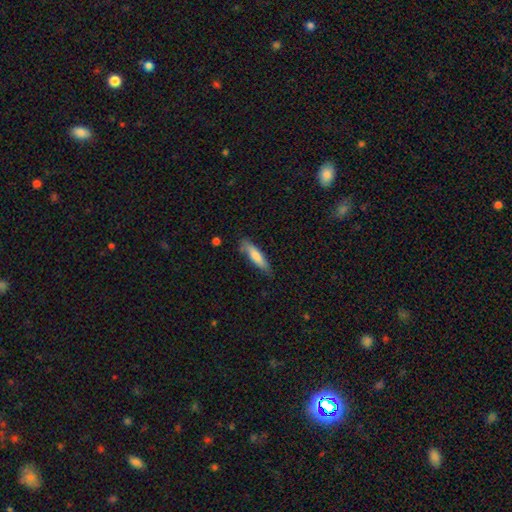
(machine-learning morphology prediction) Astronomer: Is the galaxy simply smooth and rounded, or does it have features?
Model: smooth — 74%.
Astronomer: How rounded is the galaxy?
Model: cigar-shaped — 76%.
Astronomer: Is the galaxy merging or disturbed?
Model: none — 75%.